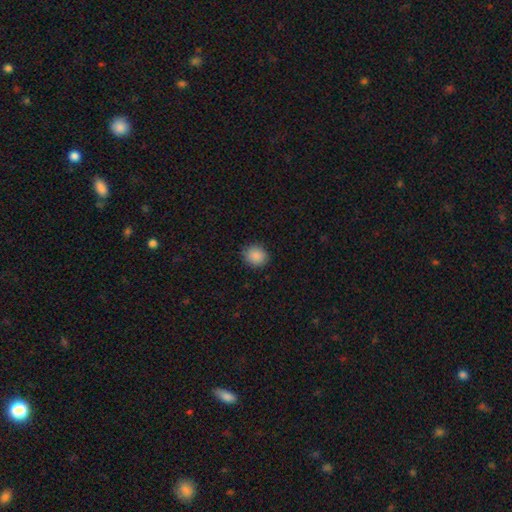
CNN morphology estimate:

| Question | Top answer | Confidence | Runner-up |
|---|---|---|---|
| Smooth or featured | smooth | 88% | star or artifact (9%) |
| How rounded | round | 78% | in between (21%) |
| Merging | none | 89% | minor disturbance (8%) |